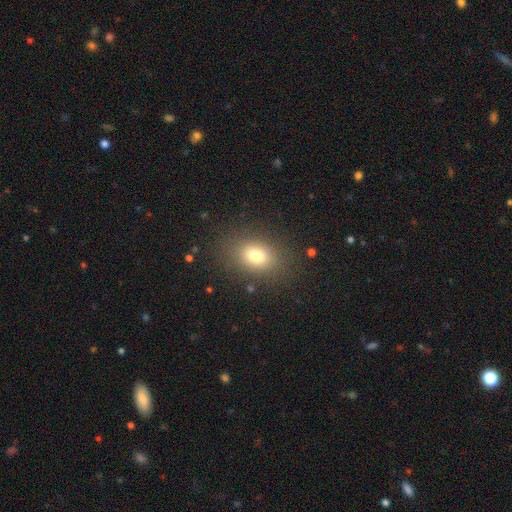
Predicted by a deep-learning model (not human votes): This is likely a smooth galaxy (75%). How rounded: likely in between (67%). Merging: clearly none (83%).